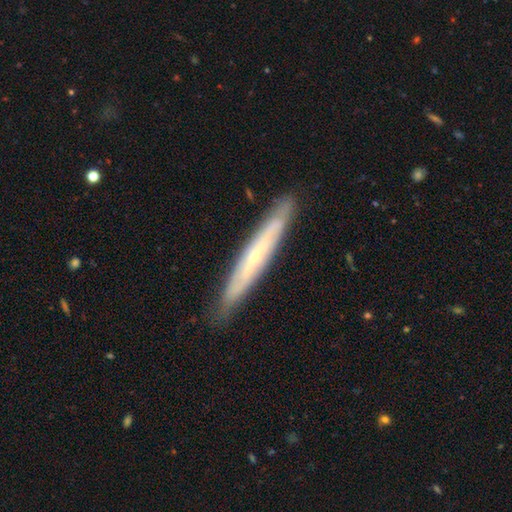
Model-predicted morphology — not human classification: featured or disk 62%, smooth 32%, star or artifact 6%. Down the decision tree: edge-on disk — yes (78%); merging — none (86%).